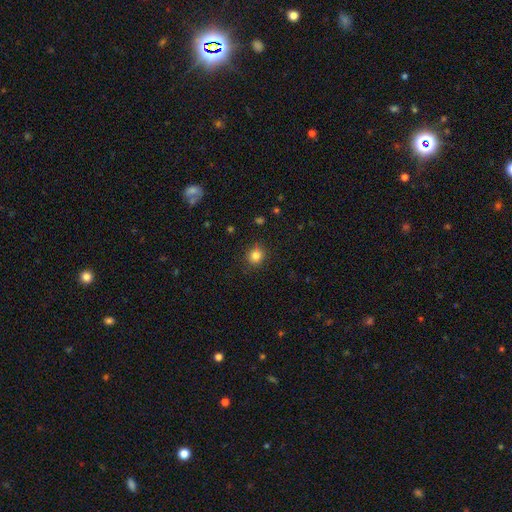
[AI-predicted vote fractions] Smooth or featured: smooth — 83% (star or artifact — 12%)
How rounded: round — 88% (in between — 12%)
Merging: none — 90% (minor disturbance — 7%)